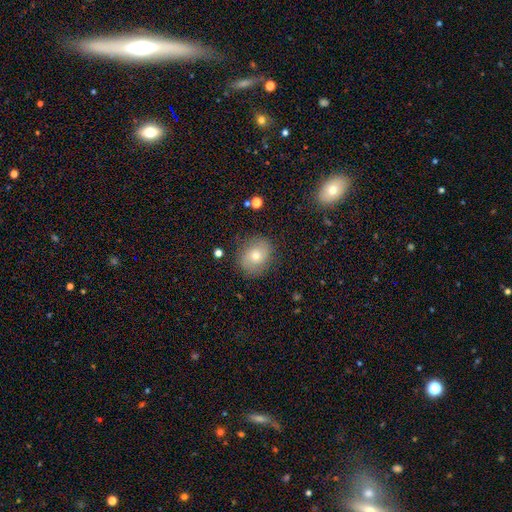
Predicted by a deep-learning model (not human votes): Smooth or featured? Predicted: smooth (p=0.65). How rounded? Predicted: round (p=0.65). Merging? Predicted: none (p=0.84).